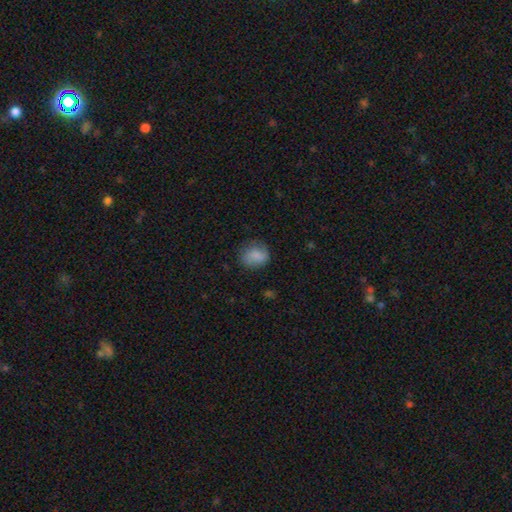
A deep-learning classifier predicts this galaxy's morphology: smooth_or_featured: smooth (p=0.79) [alt: featured or disk p=0.13]
how_rounded: round (p=0.66) [alt: in between p=0.33]
merging: none (p=0.69) [alt: minor disturbance p=0.22]